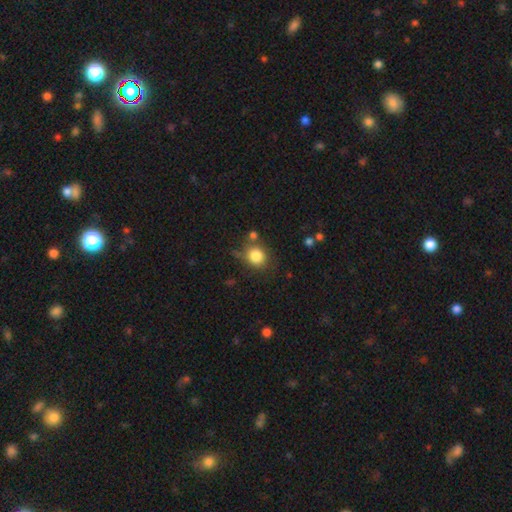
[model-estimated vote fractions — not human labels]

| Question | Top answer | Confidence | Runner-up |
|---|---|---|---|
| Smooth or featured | smooth | 83% | star or artifact (10%) |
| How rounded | round | 80% | in between (19%) |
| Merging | none | 69% | minor disturbance (16%) |